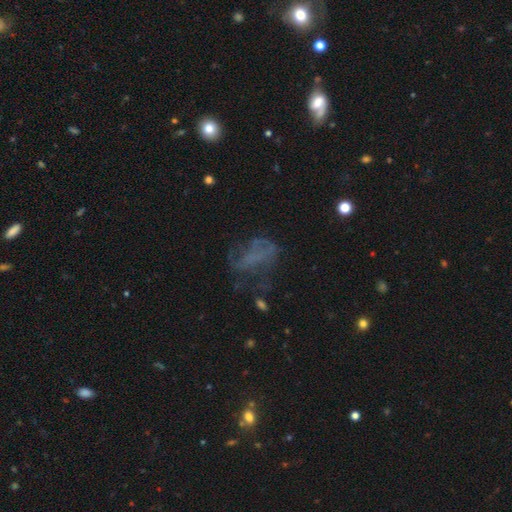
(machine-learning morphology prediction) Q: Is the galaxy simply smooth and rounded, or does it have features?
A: featured or disk — 44%.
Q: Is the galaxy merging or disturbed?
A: major disturbance — 39%.